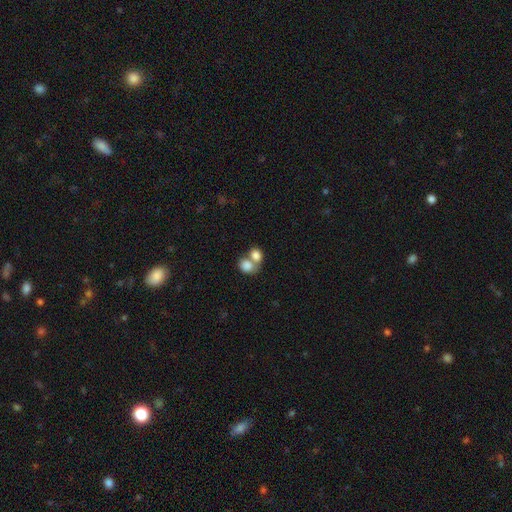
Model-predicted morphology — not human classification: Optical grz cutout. It shows a smooth galaxy with no disk features (81%) that is in between round and cigar-shaped (50%). Merging: merger (65%).